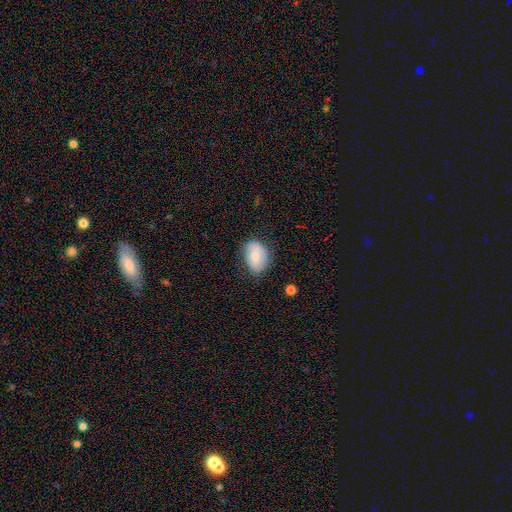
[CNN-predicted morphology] Smooth or featured?
  - smooth: 66% *
  - featured or disk: 27%
  - star or artifact: 7%
How rounded?
  - in between: 78% *
  - round: 21%
  - cigar-shaped: 1%
Merging?
  - none: 65% *
  - minor disturbance: 27%
  - major disturbance: 7%
  - merger: 2%